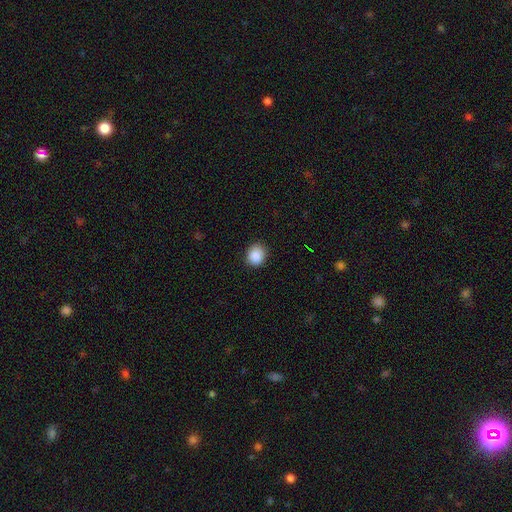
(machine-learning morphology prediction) A smooth galaxy with no disk features (89%) that is round (76%).

Vote fractions:
- Smooth or featured? smooth: 89% / star or artifact: 9% / featured or disk: 3%
- How rounded? round: 76% / in between: 23% / cigar-shaped: 1%
- Merging? none: 87% / minor disturbance: 10% / major disturbance: 2% / merger: 1%